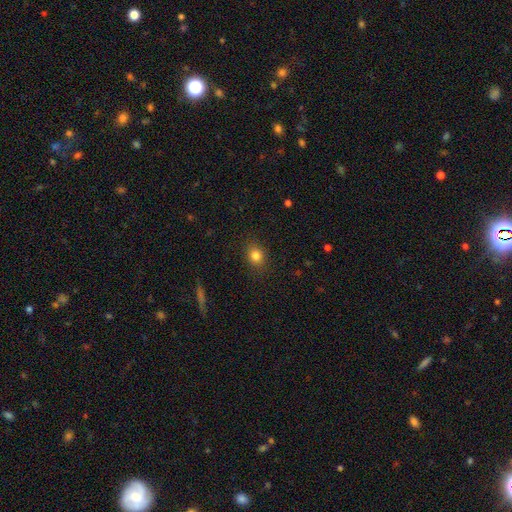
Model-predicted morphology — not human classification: Smooth or featured? smooth (82%)
How rounded? round (61%)
Merging? none (88%)